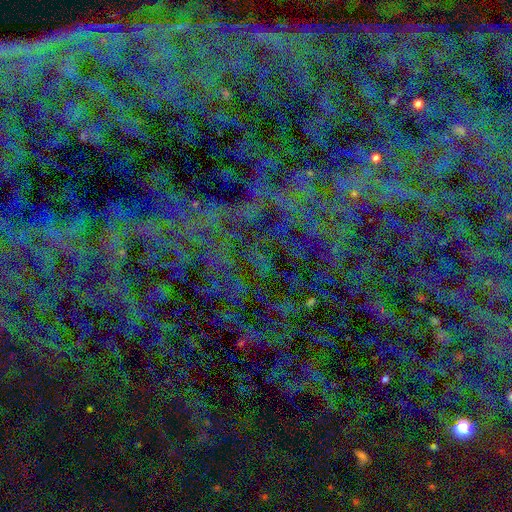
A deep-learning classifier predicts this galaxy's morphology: This is likely a star or artifact rather than a galaxy (76%).